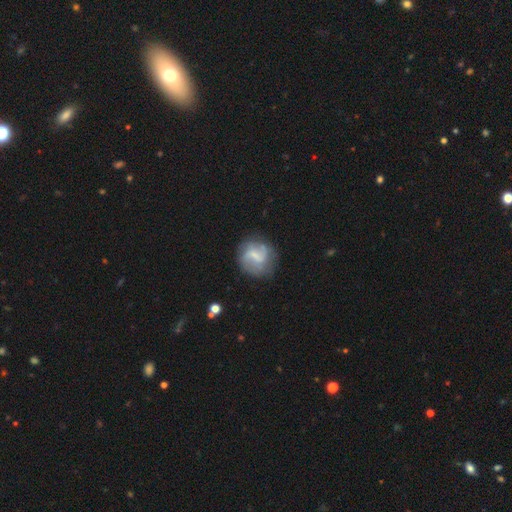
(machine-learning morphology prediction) Smooth or featured: featured or disk — 60% (smooth — 33%)
Edge-on disk: no — 97% (yes — 3%)
Bar: weak — 53% (no — 24%)
Spiral arms: yes — 78% (no — 22%)
Bulge size: small — 45% (none — 30%)
Merging: none — 68% (minor disturbance — 19%)